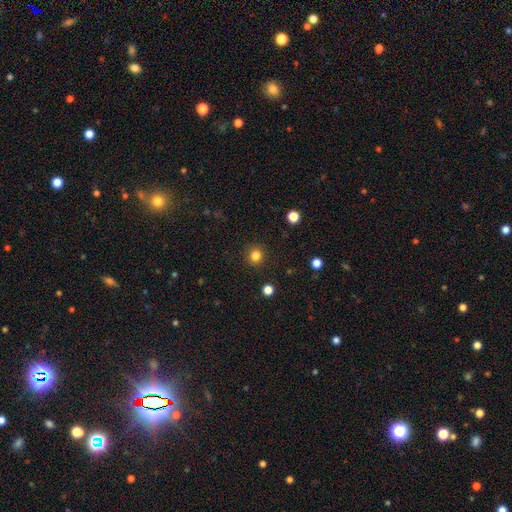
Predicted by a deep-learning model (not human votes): Smooth or featured: smooth — 83% (star or artifact — 13%)
How rounded: round — 92% (in between — 7%)
Merging: none — 91% (minor disturbance — 6%)